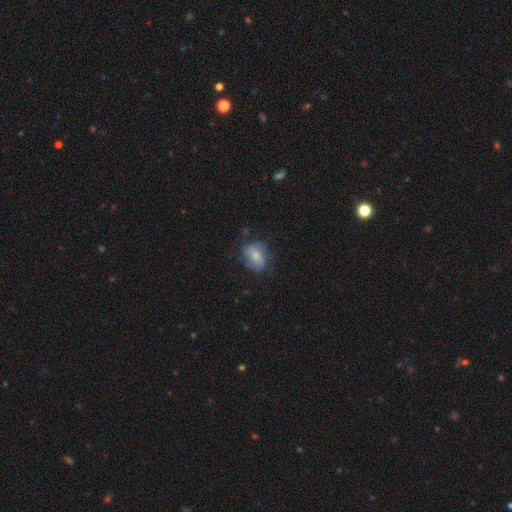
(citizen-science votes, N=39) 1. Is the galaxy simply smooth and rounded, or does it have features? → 49% featured or disk, 41% smooth, 10% star or artifact.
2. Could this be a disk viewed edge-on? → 95% no, 5% yes.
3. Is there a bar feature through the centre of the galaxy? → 56% weak, 39% no, 6% strong.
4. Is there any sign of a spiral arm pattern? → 100% yes, 0% no.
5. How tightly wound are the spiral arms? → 39% tight (tied), 39% medium (tied), 22% loose.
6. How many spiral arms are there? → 94% 2, 6% 1, 0% 3, 0% 4, 0% more than 4, 0% can't tell.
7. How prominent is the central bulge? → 56% small, 44% moderate, 0% dominant, 0% large, 0% none.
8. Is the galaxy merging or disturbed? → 60% none, 37% minor disturbance, 3% major disturbance, 0% merger.